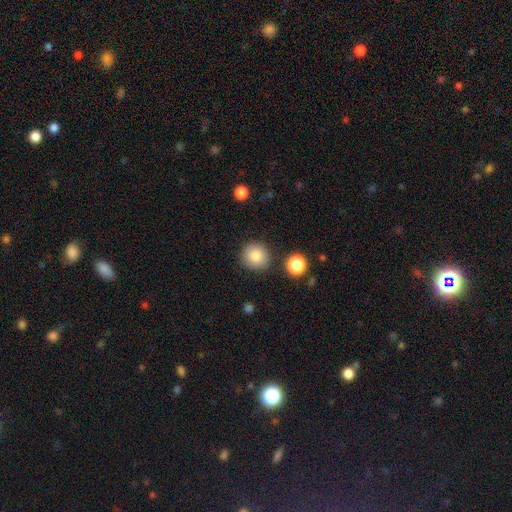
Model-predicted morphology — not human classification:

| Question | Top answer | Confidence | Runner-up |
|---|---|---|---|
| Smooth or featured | smooth | 84% | star or artifact (9%) |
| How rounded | round | 89% | in between (10%) |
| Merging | none | 86% | minor disturbance (8%) |